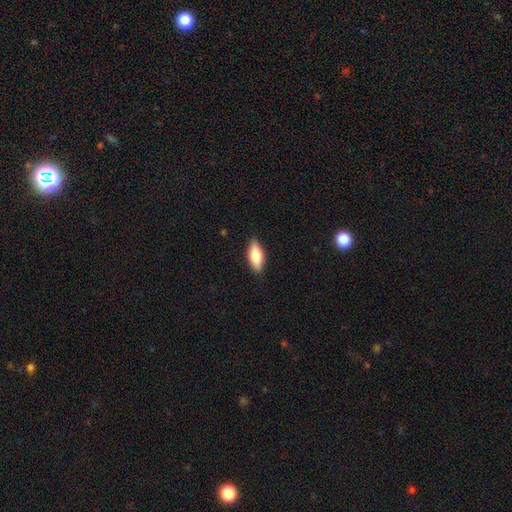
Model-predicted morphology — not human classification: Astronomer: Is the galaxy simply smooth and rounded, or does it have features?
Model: smooth — 74%.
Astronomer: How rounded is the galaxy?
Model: in between — 74%.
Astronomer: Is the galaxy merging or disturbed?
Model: none — 87%.